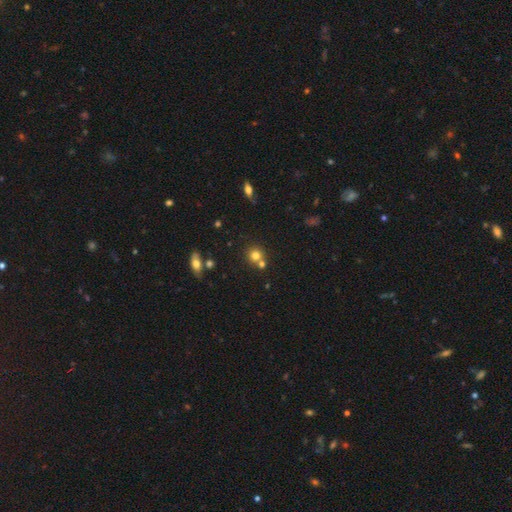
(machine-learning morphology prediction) The model was most divided on "merging": none: 59%, merger: 31%, minor disturbance: 8%, major disturbance: 3%. More confident: how rounded — round (89%); smooth or featured — smooth (74%).